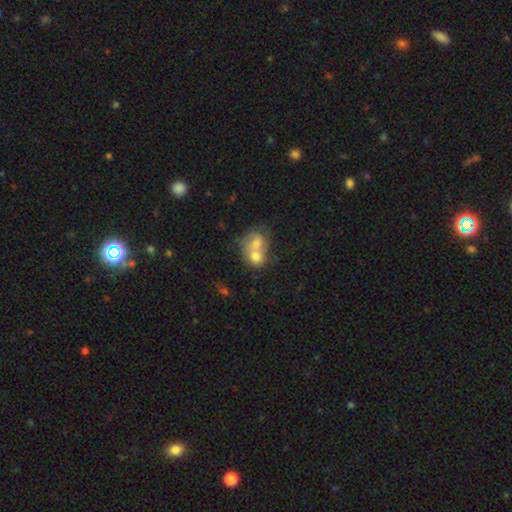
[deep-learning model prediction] A smooth galaxy with no disk features (66%) that is round (54%). Merging: merger (76%).